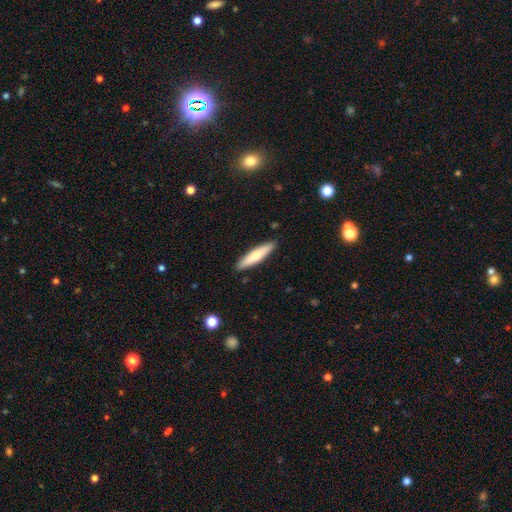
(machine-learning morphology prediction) smooth_or_featured: smooth (p=0.69) [alt: featured or disk p=0.26]
how_rounded: cigar-shaped (p=0.83) [alt: in between p=0.16]
merging: none (p=0.90) [alt: minor disturbance p=0.08]